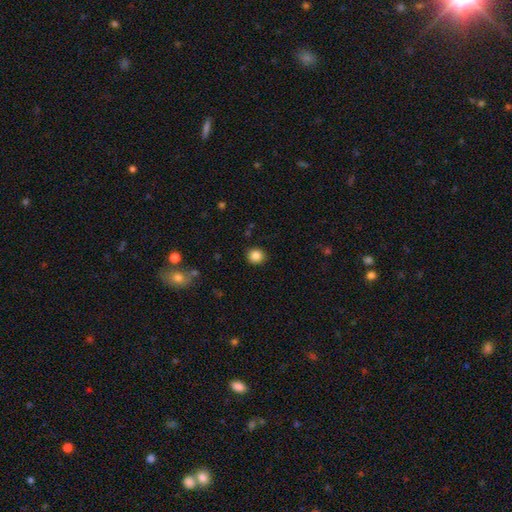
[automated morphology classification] This appears to be a smooth galaxy with no disk features (85%) that is round (87%). Merging: none (91%).